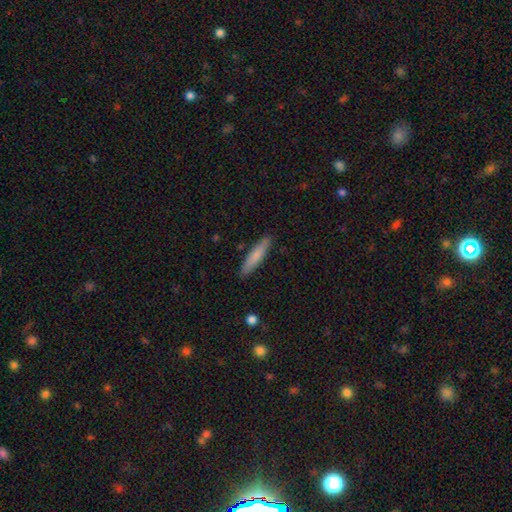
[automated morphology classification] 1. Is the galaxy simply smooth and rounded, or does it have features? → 77% smooth, 18% featured or disk, 6% star or artifact.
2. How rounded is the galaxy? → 88% cigar-shaped, 11% in between, 1% round.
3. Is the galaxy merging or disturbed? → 89% none, 8% minor disturbance, 2% major disturbance, 1% merger.